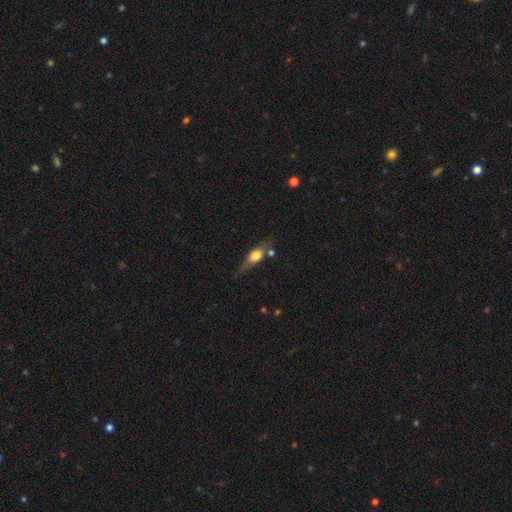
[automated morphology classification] Smooth or featured? smooth (53%)
How rounded? in between (56%)
Merging? none (55%)